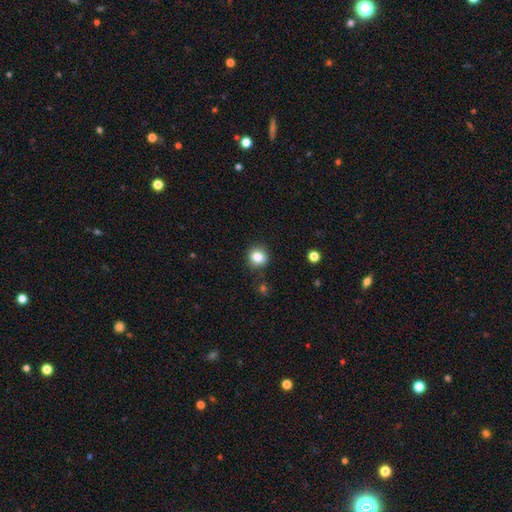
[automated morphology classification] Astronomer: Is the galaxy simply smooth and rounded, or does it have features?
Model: smooth — 83%.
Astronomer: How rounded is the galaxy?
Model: round — 81%.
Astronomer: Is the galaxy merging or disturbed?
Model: none — 88%.